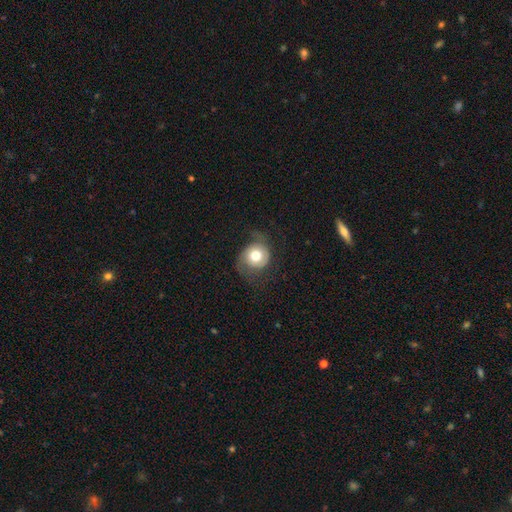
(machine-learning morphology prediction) The model was most divided on "smooth or featured": smooth: 57%, featured or disk: 35%, star or artifact: 8%. More confident: how rounded — round (81%); merging — none (52%).